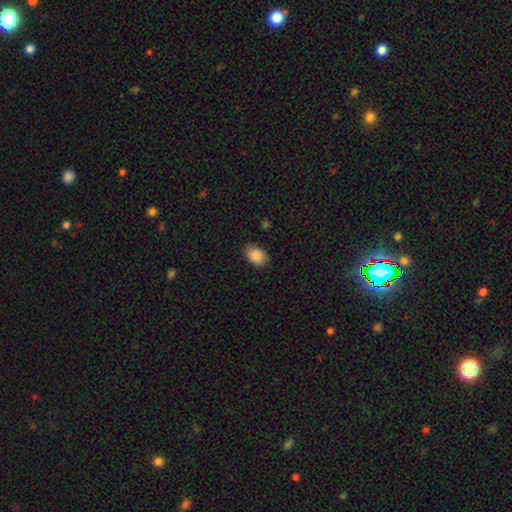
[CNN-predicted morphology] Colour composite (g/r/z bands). It shows a smooth galaxy with no disk features (89%) that is in between round and cigar-shaped (83%). Merging: none (82%).